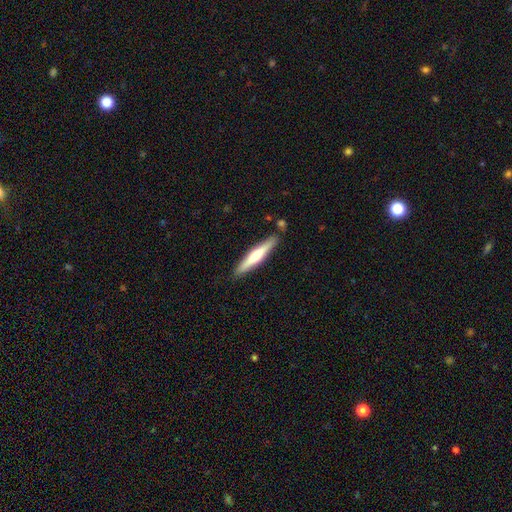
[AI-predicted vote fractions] Smooth or featured? Predicted: smooth (p=0.49). Merging? Predicted: none (p=0.86).